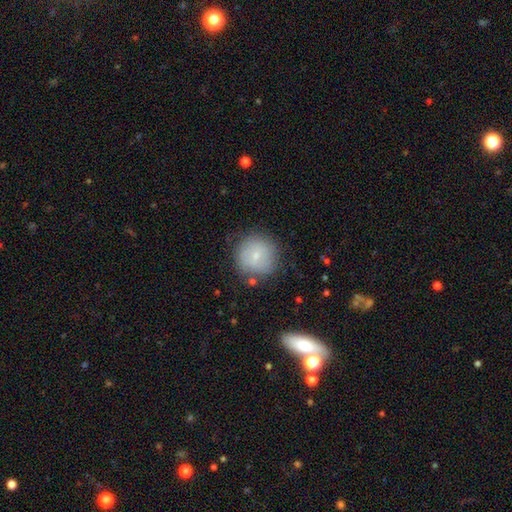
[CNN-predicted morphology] The model was most divided on "smooth or featured": smooth: 74%, featured or disk: 18%, star or artifact: 8%. More confident: how rounded — round (93%); merging — none (78%).